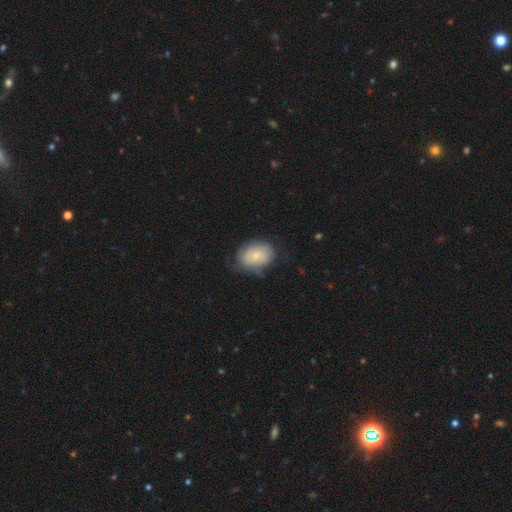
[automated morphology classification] smooth 59%, featured or disk 34%, star or artifact 7%. Down the decision tree: how rounded — in between (70%); merging — none (63%).